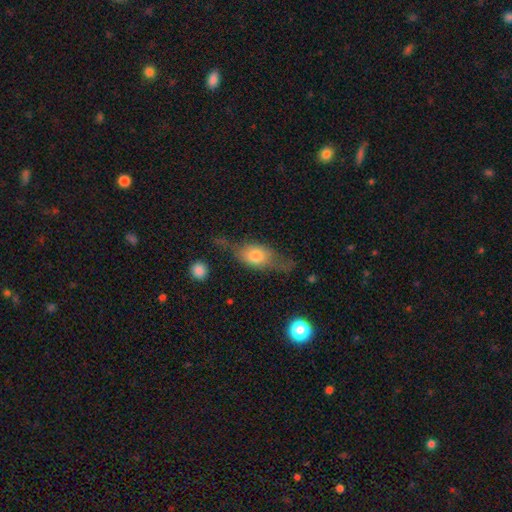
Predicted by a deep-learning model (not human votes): Overall: smooth (50%; featured or disk 42%). Merging: none (49%; minor disturbance 25%).